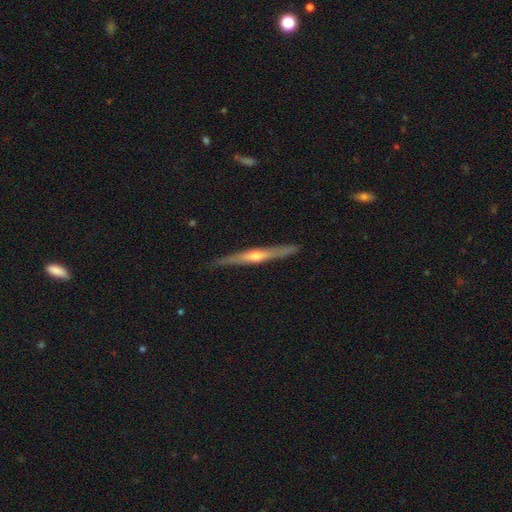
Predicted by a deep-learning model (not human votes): Morphology: type=featured or disk (74%); edge-on=yes (97%); edge-on bulge=rounded (81%); merging=none (88%).